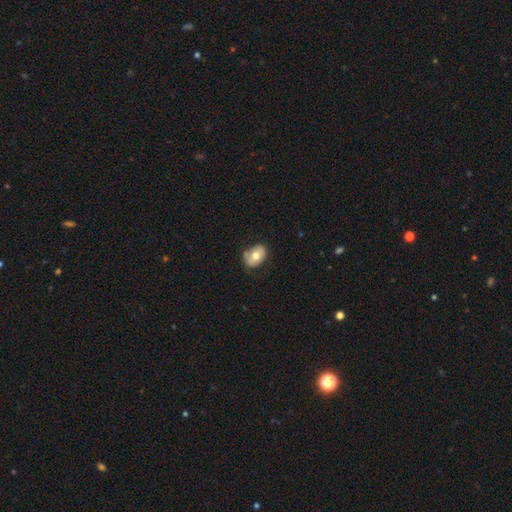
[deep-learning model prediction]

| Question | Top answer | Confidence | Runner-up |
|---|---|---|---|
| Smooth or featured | smooth | 66% | featured or disk (27%) |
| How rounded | in between | 76% | round (23%) |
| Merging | none | 71% | minor disturbance (22%) |